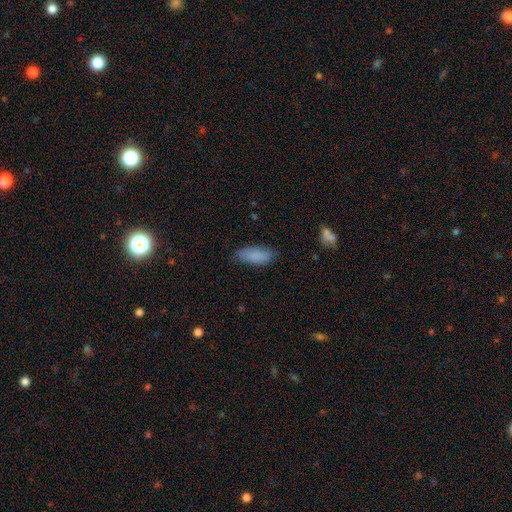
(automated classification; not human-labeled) Overall: smooth (86%). How rounded: in between (78%). Merging: none (75%).